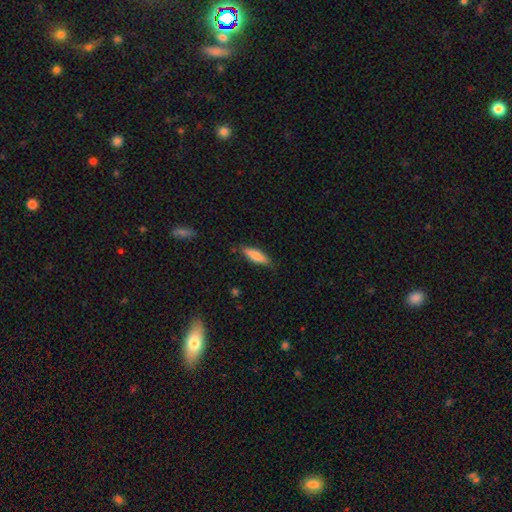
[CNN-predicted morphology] type=smooth (76%); roundness=cigar-shaped (62%); merging=none (82%).